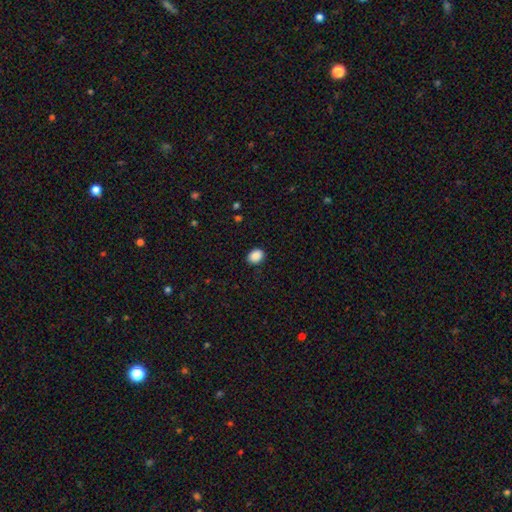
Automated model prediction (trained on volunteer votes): Overall: smooth (89%). How rounded: in between (60%; round 39%). Merging: none (89%).